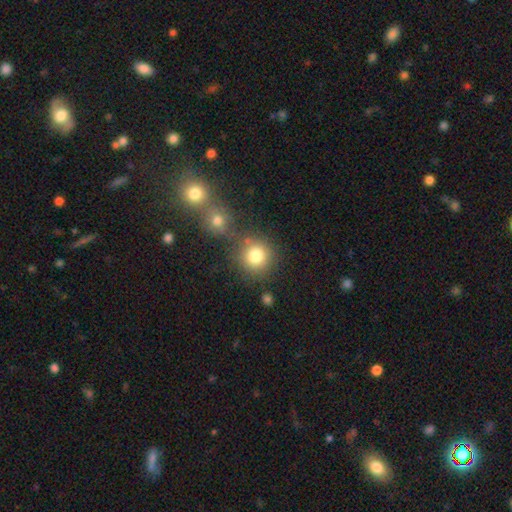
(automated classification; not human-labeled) Smooth or featured: smooth — 81% (star or artifact — 12%)
How rounded: round — 91% (in between — 8%)
Merging: none — 68% (merger — 20%)